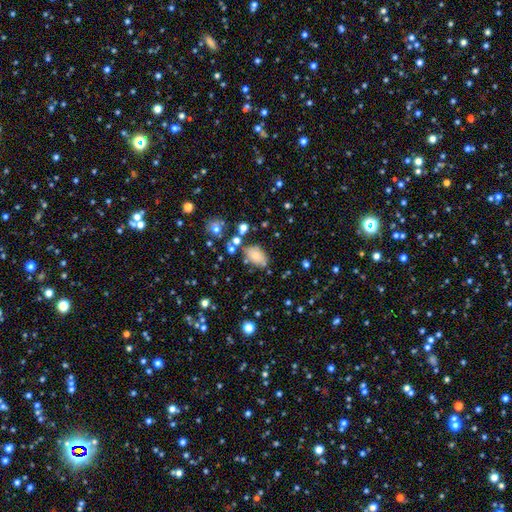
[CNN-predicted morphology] Smooth or featured?
  - smooth: 76% *
  - star or artifact: 13%
  - featured or disk: 12%
How rounded?
  - in between: 88% *
  - round: 11%
  - cigar-shaped: 2%
Merging?
  - none: 68% *
  - minor disturbance: 18%
  - merger: 9%
  - major disturbance: 6%